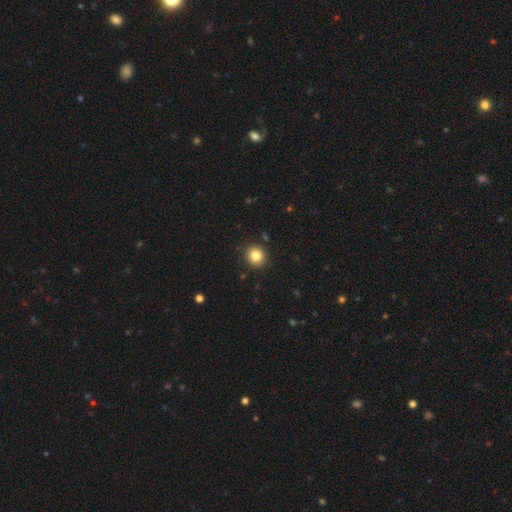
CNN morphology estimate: Smooth or featured: smooth — 83% (star or artifact — 11%)
How rounded: round — 91% (in between — 8%)
Merging: none — 91% (minor disturbance — 6%)